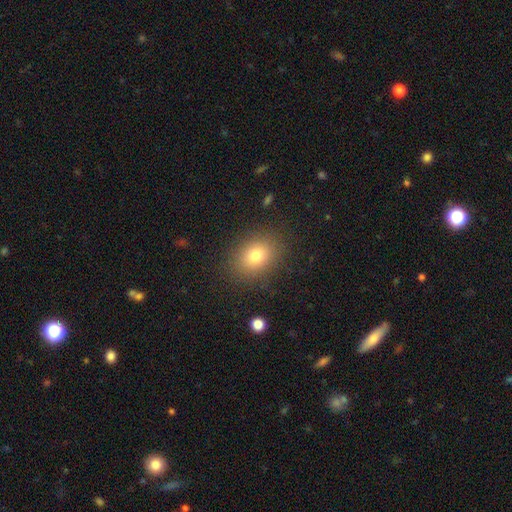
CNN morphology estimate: The model was most divided on "how rounded": in between: 60%, round: 39%, cigar-shaped: 1%. More confident: merging — none (86%); smooth or featured — smooth (78%).